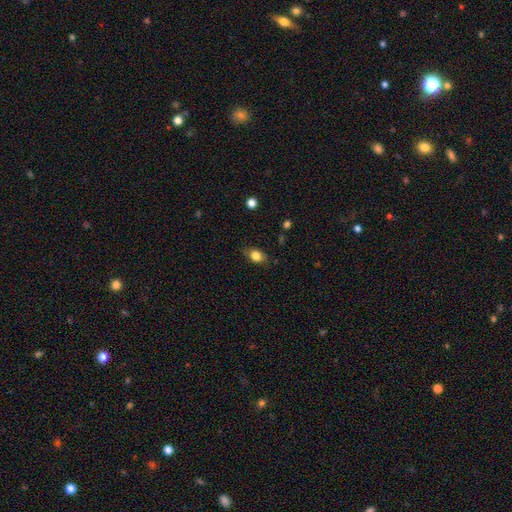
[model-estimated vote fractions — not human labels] A smooth galaxy with no disk features (81%) that is in between round and cigar-shaped (73%).

Vote fractions:
- Smooth or featured? smooth: 81% / featured or disk: 10% / star or artifact: 9%
- How rounded? in between: 73% / round: 25% / cigar-shaped: 2%
- Merging? none: 79% / minor disturbance: 17% / major disturbance: 4% / merger: 1%